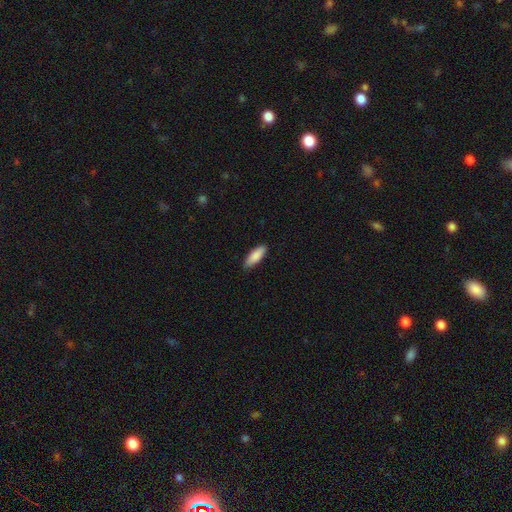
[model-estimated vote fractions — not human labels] Smooth or featured? smooth (88%)
How rounded? in between (64%)
Merging? none (86%)